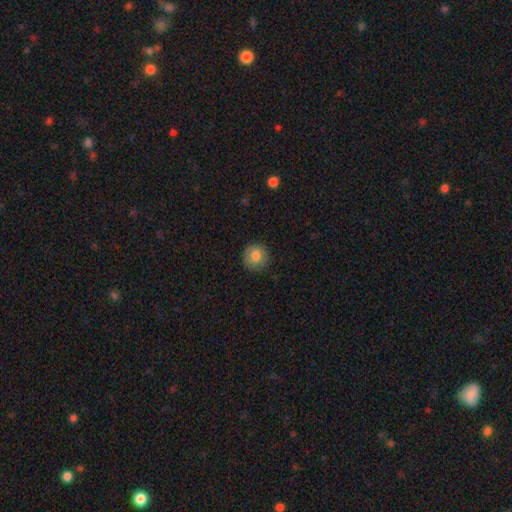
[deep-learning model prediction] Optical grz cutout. It shows a smooth galaxy with no disk features (79%) that is round (90%). Merging: none (82%).